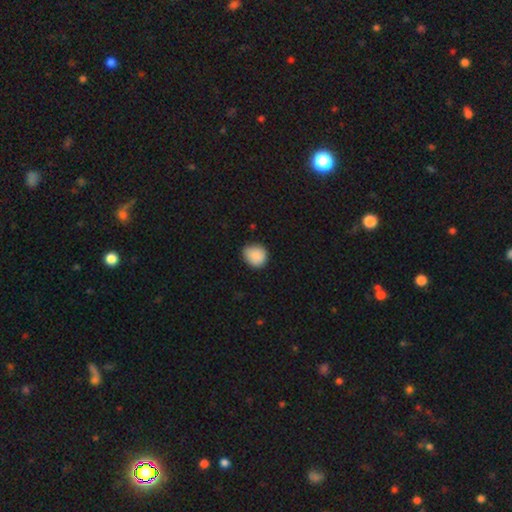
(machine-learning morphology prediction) This appears to be a smooth galaxy with no disk features (87%) that is round (76%). Merging: none (67%).